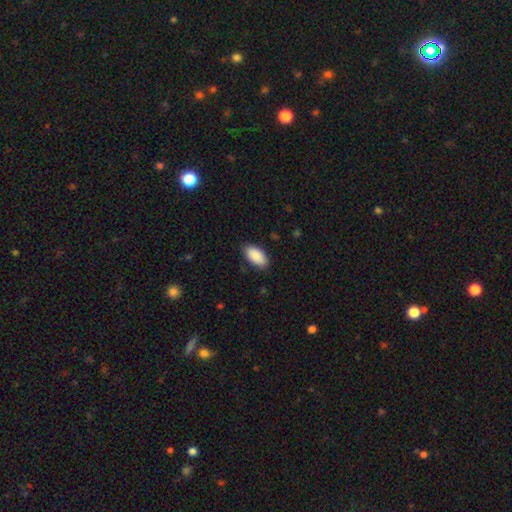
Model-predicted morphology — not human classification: smooth 91%, star or artifact 6%, featured or disk 4%. Down the decision tree: how rounded — in between (95%); merging — none (85%).